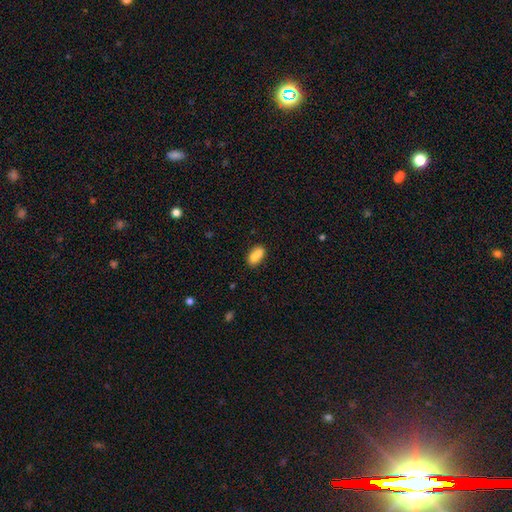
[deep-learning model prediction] A smooth galaxy with no disk features (74%) that is in between round and cigar-shaped (78%). Merging: merger (52%).